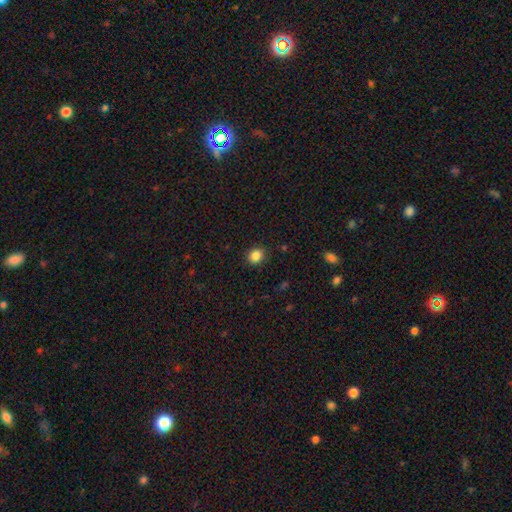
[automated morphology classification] Smooth or featured?
  - smooth: 86% *
  - star or artifact: 11%
  - featured or disk: 4%
How rounded?
  - round: 69% *
  - in between: 30%
  - cigar-shaped: 1%
Merging?
  - none: 89% *
  - minor disturbance: 8%
  - major disturbance: 2%
  - merger: 1%